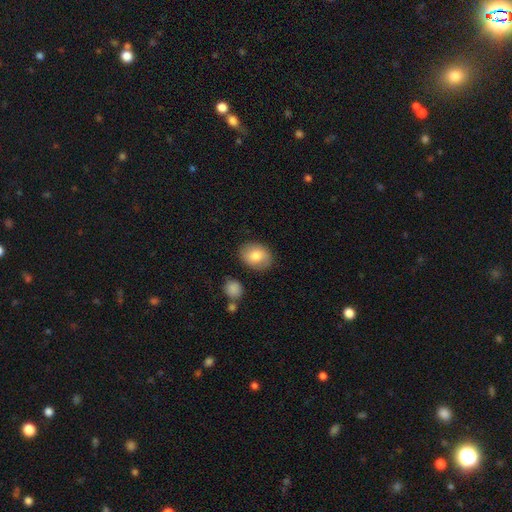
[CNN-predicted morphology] This is likely a smooth galaxy (78%). How rounded: likely in between (65%). Merging: clearly none (82%).